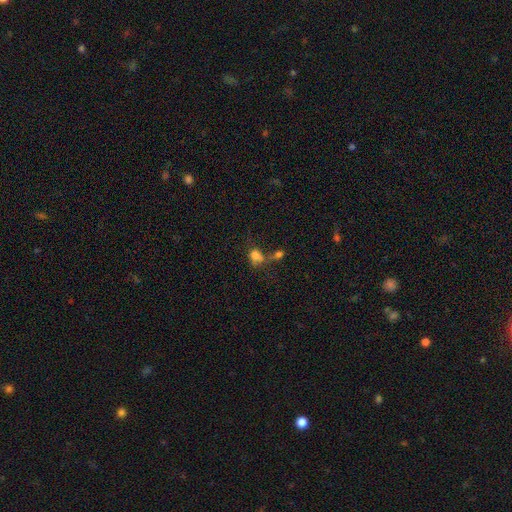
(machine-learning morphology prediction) Smooth or featured?
  - smooth: 71% *
  - star or artifact: 15%
  - featured or disk: 13%
How rounded?
  - in between: 62% *
  - round: 35%
  - cigar-shaped: 2%
Merging?
  - merger: 44% *
  - none: 26%
  - major disturbance: 16%
  - minor disturbance: 13%